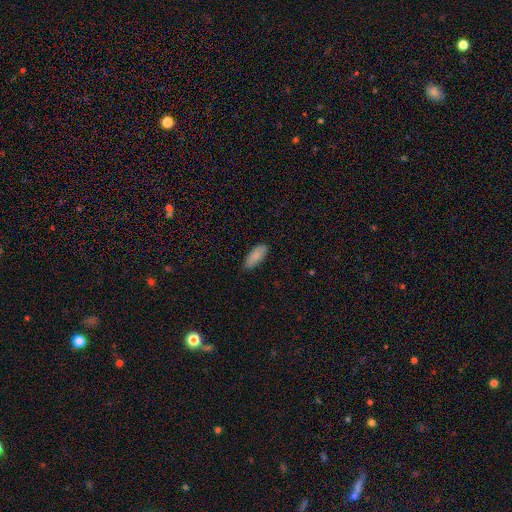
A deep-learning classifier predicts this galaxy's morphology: Smooth or featured?
  - smooth: 86% *
  - featured or disk: 8%
  - star or artifact: 6%
How rounded?
  - in between: 81% *
  - cigar-shaped: 17%
  - round: 2%
Merging?
  - none: 81% *
  - minor disturbance: 16%
  - major disturbance: 2%
  - merger: 1%